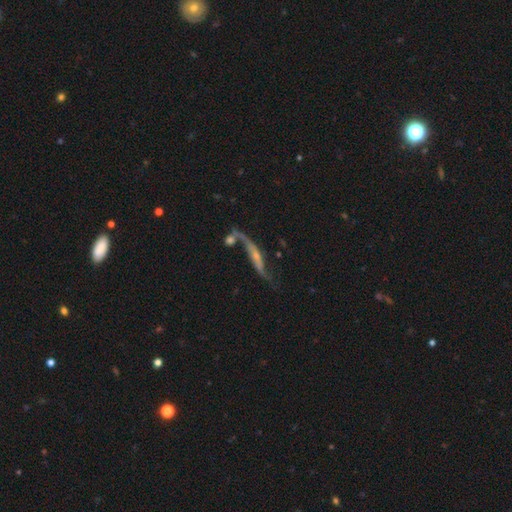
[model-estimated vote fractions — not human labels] The model was most divided on "edge-on disk": no: 54%, yes: 46%. Remaining: smooth or featured — featured or disk (77%); merging — none (39%).